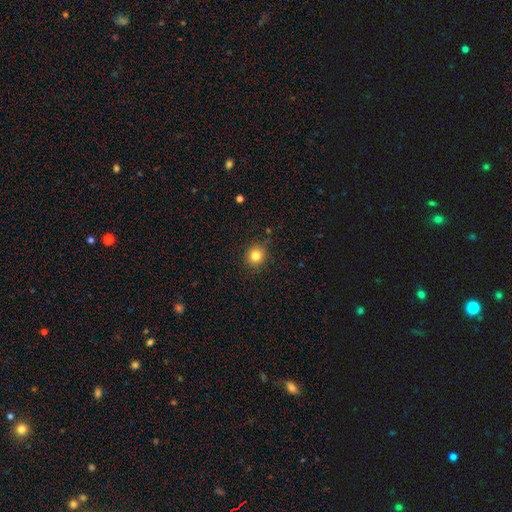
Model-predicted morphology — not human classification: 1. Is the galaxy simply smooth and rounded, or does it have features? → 83% smooth, 11% star or artifact, 6% featured or disk.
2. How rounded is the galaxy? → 89% round, 10% in between, 1% cigar-shaped.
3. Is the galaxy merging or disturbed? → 88% none, 9% minor disturbance, 2% major disturbance, 1% merger.